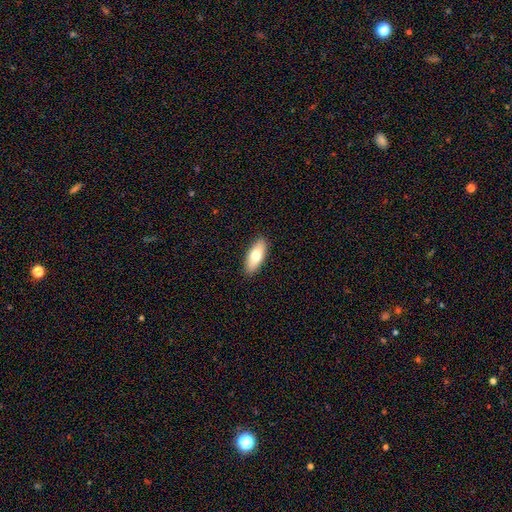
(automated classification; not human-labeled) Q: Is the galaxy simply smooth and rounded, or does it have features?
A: smooth — 72%.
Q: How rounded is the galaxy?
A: in between — 80%.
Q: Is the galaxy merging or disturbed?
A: none — 90%.